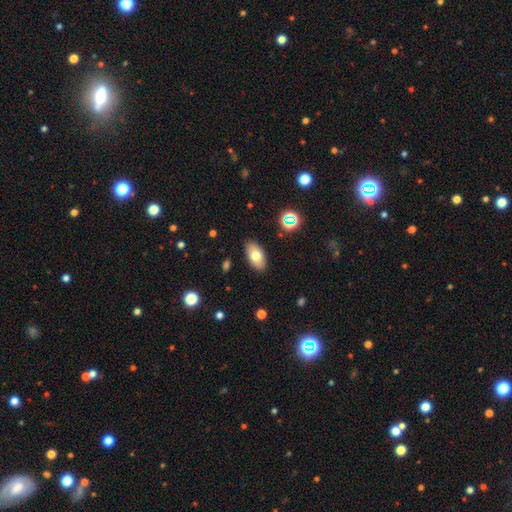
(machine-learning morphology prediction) Q: Smooth or featured?
A: smooth (73%); runner-up: featured or disk (18%)
Q: How rounded?
A: in between (93%); runner-up: round (4%)
Q: Merging?
A: none (88%); runner-up: minor disturbance (9%)